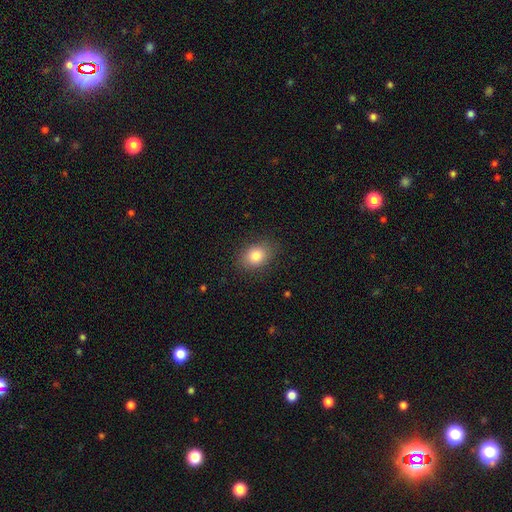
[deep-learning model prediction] Smooth or featured?
  - smooth: 82% *
  - star or artifact: 9%
  - featured or disk: 9%
How rounded?
  - in between: 68% *
  - round: 31%
  - cigar-shaped: 1%
Merging?
  - none: 85% *
  - minor disturbance: 11%
  - major disturbance: 3%
  - merger: 1%